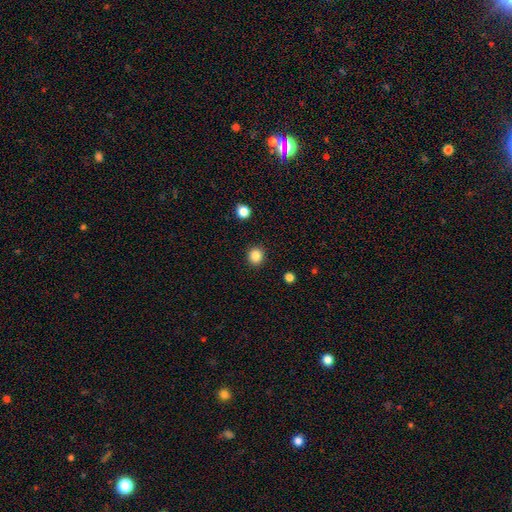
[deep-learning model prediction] Smooth or featured? Predicted: smooth (p=0.85). How rounded? Predicted: round (p=0.85). Merging? Predicted: none (p=0.91).